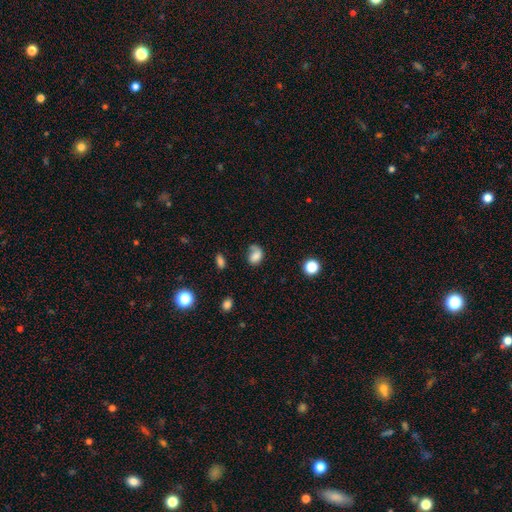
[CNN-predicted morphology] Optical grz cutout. It shows a smooth galaxy with no disk features (71%) that is in between round and cigar-shaped (70%). Merging: none (40%).